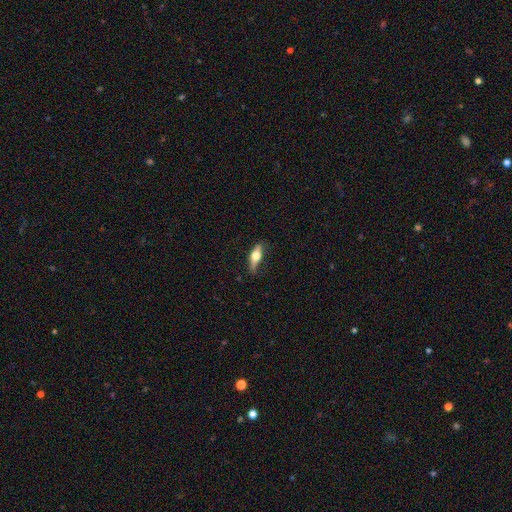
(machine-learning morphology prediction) This is possibly a featured or disk galaxy (49%). Merging: likely none (70%).